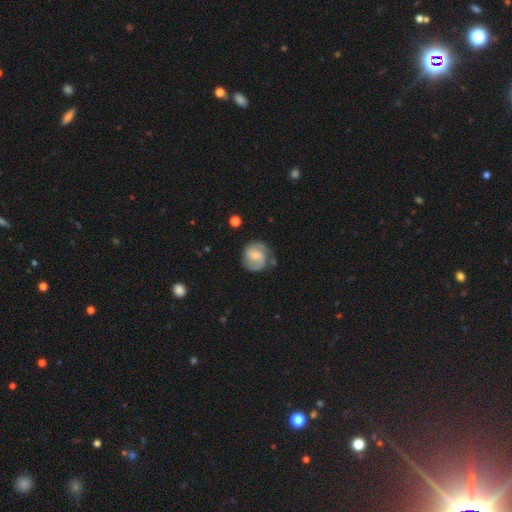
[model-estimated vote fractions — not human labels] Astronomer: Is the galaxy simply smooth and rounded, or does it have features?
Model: featured or disk — 70%.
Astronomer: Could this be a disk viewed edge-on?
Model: no — 98%.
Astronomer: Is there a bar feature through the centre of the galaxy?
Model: weak — 51% (runner-up: no, 34%).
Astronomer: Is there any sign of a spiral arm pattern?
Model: yes — 93%.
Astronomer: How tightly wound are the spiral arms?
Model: medium — 48% (runner-up: tight, 33%).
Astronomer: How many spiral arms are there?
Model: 2 — 83%.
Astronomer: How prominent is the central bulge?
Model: small — 51% (runner-up: moderate, 33%).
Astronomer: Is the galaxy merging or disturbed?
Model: none — 72%.